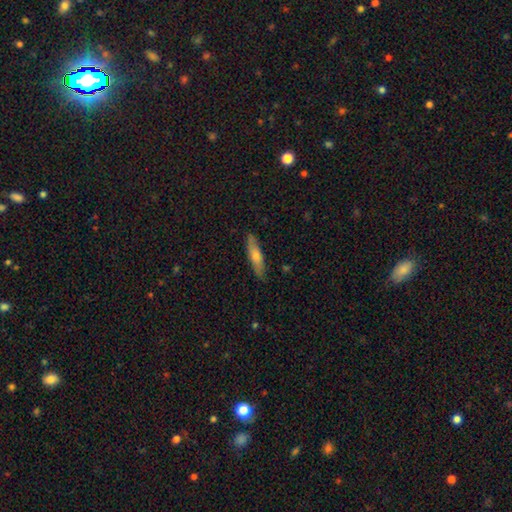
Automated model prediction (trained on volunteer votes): Smooth or featured? Predicted: smooth (p=0.57). How rounded? Predicted: cigar-shaped (p=0.78). Merging? Predicted: none (p=0.87).